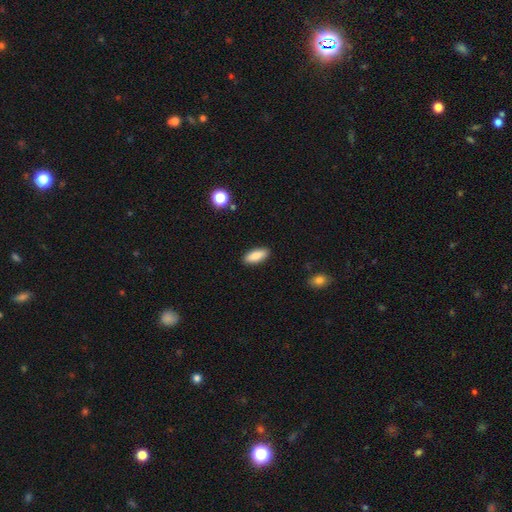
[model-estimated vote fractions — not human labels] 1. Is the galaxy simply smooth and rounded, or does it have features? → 86% smooth, 8% featured or disk, 6% star or artifact.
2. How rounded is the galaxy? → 76% in between, 22% cigar-shaped, 2% round.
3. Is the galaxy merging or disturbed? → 89% none, 8% minor disturbance, 2% major disturbance, 1% merger.